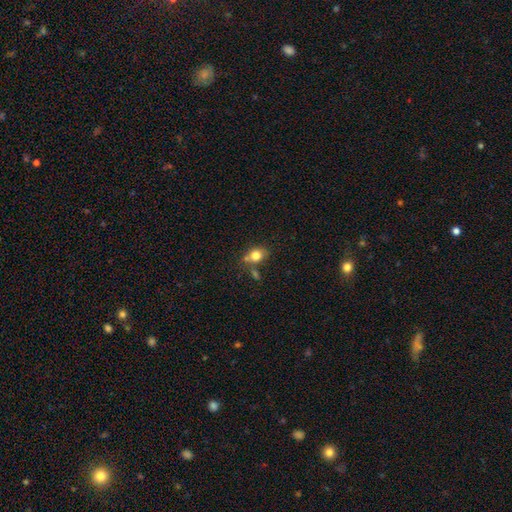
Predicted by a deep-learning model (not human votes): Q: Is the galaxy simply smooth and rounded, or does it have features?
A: smooth — 78%.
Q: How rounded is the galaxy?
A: in between — 53%.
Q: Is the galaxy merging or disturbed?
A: none — 55%.